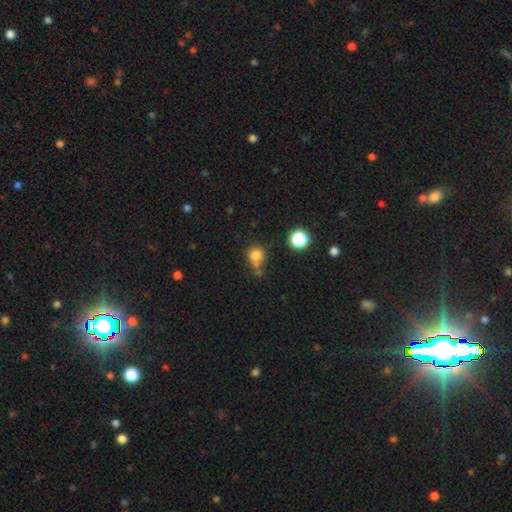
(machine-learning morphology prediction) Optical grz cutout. It shows a smooth galaxy with no disk features (78%) that is round (85%). Merging: none (53%).